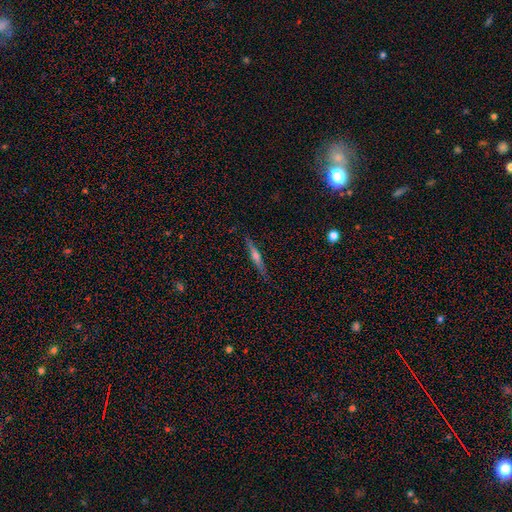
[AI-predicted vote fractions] This appears to be a featured or disk galaxy (65%) viewed edge-on (97%) with a rounded central bulge (81%). Merging: none (88%).